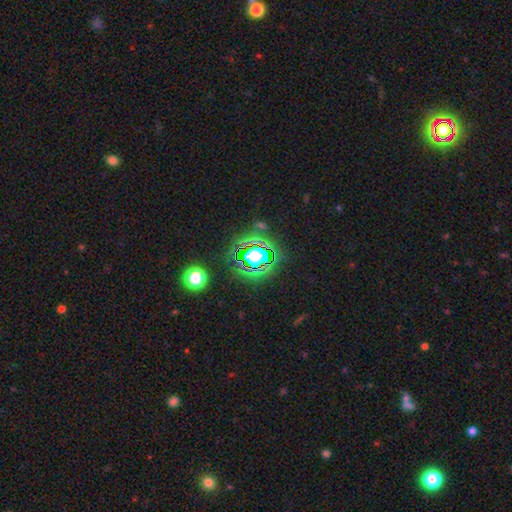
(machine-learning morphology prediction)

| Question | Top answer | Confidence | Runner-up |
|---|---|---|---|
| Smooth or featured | star or artifact | 81% | smooth (12%) |